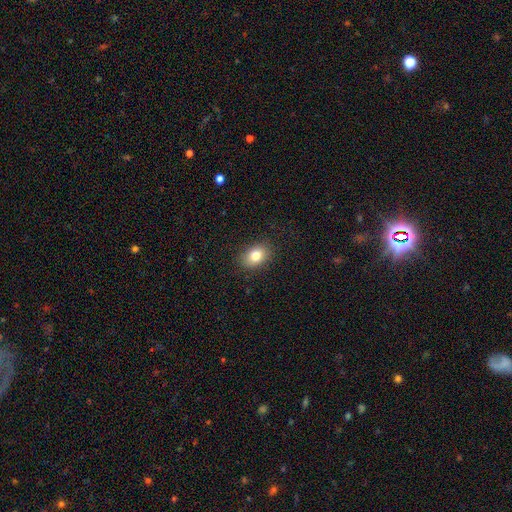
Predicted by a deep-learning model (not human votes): This appears to be a smooth galaxy with no disk features (81%) that is in between round and cigar-shaped (74%). Merging: none (87%).